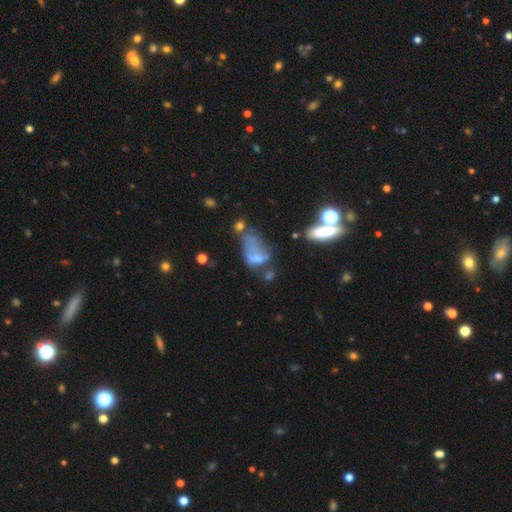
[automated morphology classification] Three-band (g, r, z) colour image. It shows a smooth galaxy with no disk features (44%). Merging: major disturbance (36%).